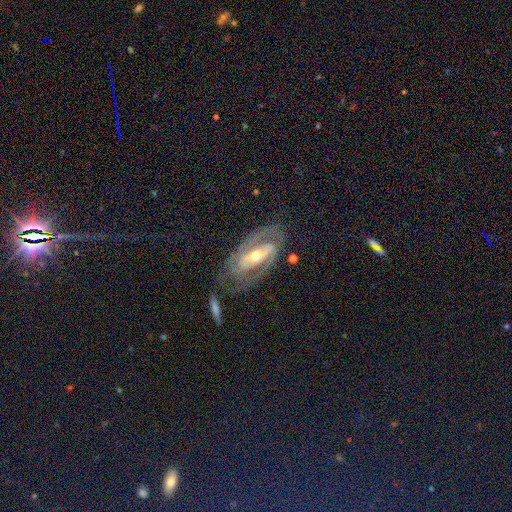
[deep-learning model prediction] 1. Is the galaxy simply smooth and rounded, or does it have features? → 85% featured or disk, 9% smooth, 6% star or artifact.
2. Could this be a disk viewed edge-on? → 93% no, 7% yes.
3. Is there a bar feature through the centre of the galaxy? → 47% strong, 29% weak, 23% no.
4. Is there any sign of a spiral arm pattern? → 88% yes, 12% no.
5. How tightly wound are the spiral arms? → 46% tight, 41% medium, 13% loose.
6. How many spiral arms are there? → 82% 2, 9% can't tell, 4% 1, 2% 3, 1% 4, 1% more than 4.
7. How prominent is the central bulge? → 53% moderate, 42% small, 3% large, 1% none, 1% dominant.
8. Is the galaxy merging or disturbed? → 68% none, 17% minor disturbance, 11% major disturbance, 4% merger.